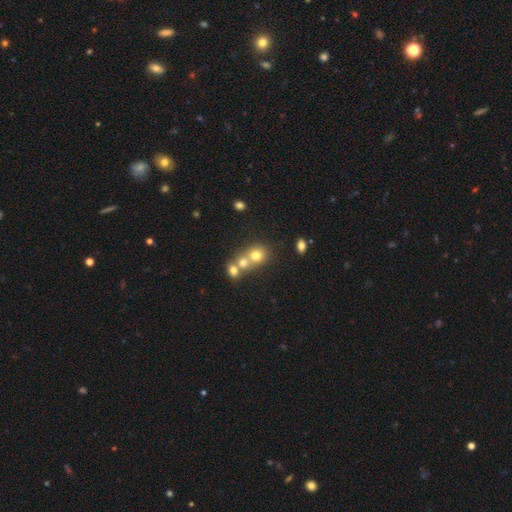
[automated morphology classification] Smooth or featured: smooth — 71% (featured or disk — 16%)
How rounded: round — 74% (in between — 25%)
Merging: merger — 53% (none — 36%)